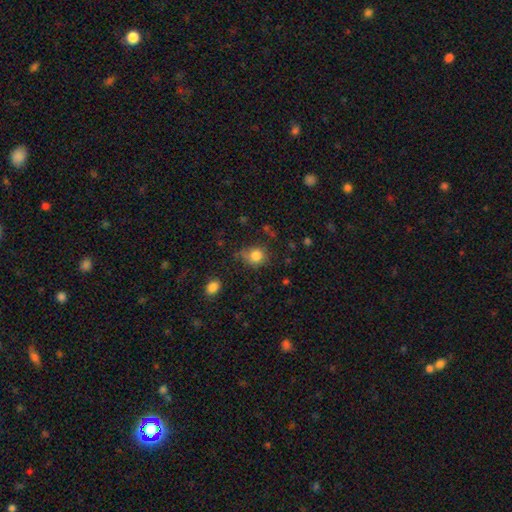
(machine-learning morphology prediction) smooth-or-featured: smooth: 82% | star or artifact: 11% | featured or disk: 6%
  how-rounded: round: 78% | in between: 21% | cigar-shaped: 1%
  merging: none: 63% | minor disturbance: 25% | major disturbance: 8% | merger: 4%